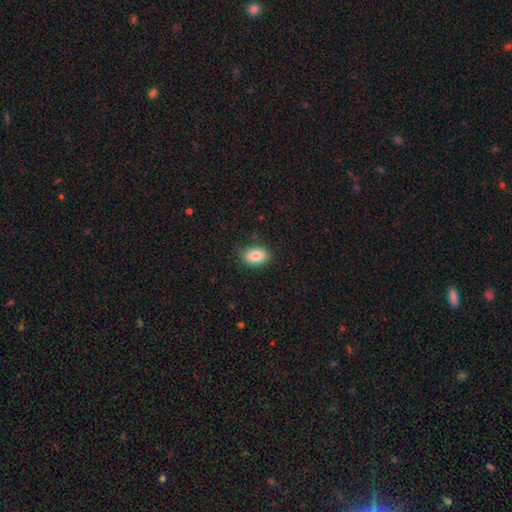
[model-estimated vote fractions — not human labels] A smooth galaxy with no disk features (84%) that is in between round and cigar-shaped (87%). Merging: none (83%).